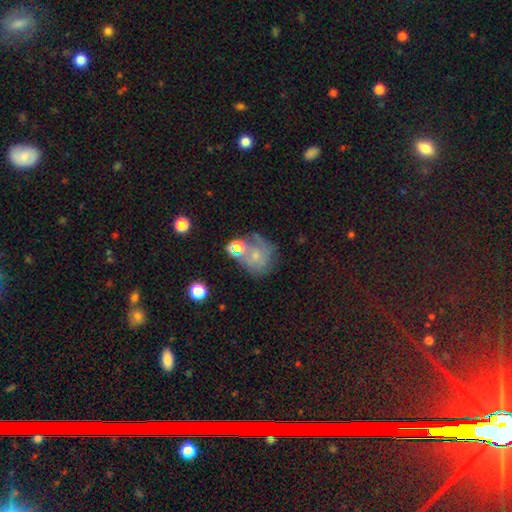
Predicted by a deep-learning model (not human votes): smooth 46%, featured or disk 39%, star or artifact 15%. Down the decision tree: merging — none (41%).